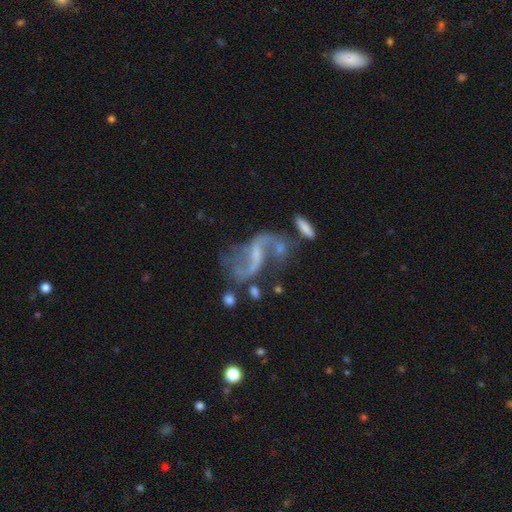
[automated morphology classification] Overall: featured or disk (84%). Edge-on disk: no (96%). Bar: weak (46%; strong 30%). Spiral arms: yes (90%). Spiral arm count: 2 (89%). Spiral winding: loose (79%). Bulge size: small (44%; none 39%). Merging: none (41%; merger 24%).